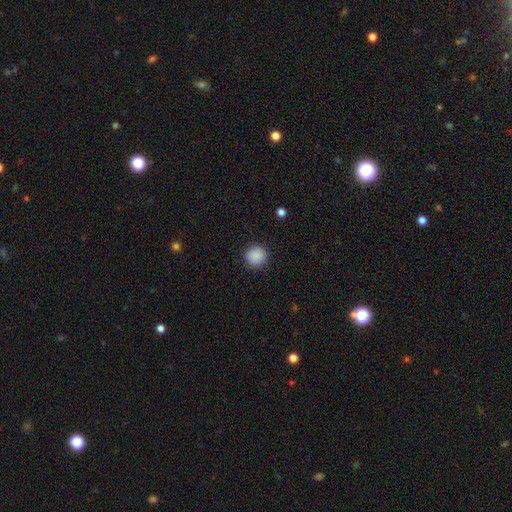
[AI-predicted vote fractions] The model was most divided on "smooth or featured": smooth: 89%, star or artifact: 9%, featured or disk: 3%. More confident: how rounded — round (92%); merging — none (90%).